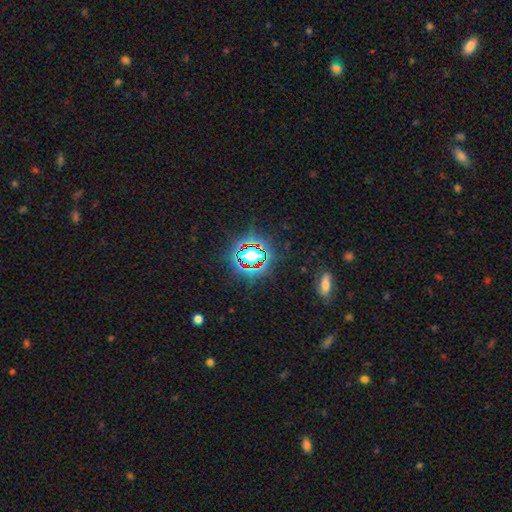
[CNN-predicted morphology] star or artifact 77%, smooth 13%, featured or disk 9%.